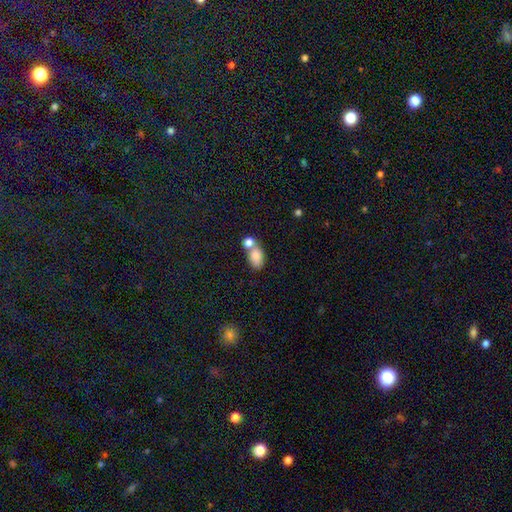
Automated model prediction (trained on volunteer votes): Smooth or featured? Predicted: smooth (p=0.83). How rounded? Predicted: in between (p=0.86). Merging? Predicted: merger (p=0.51).